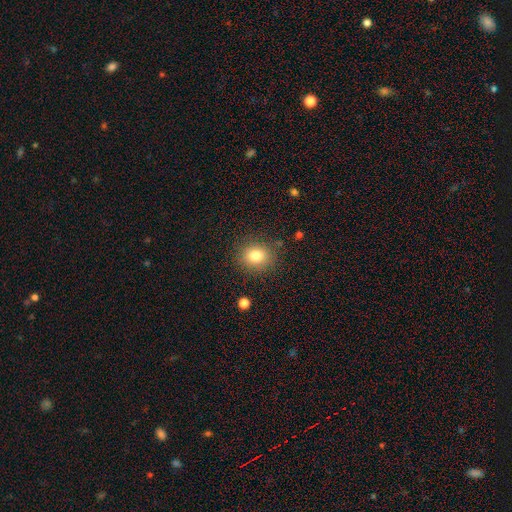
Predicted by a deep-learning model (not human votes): smooth 81%, star or artifact 11%, featured or disk 8%. Down the decision tree: how rounded — round (68%); merging — none (85%).